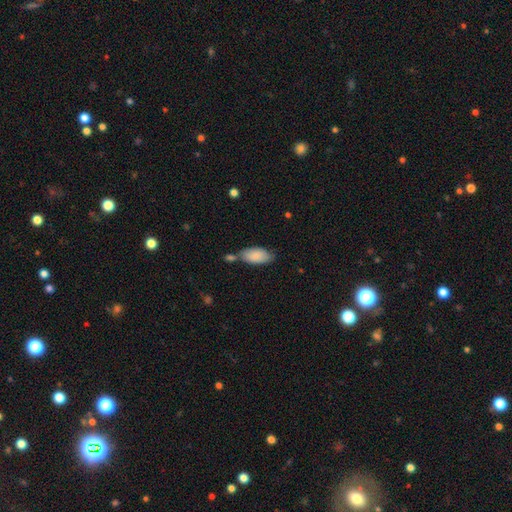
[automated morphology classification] A smooth galaxy with no disk features (86%) that is in between round and cigar-shaped (92%). Merging: none (53%).